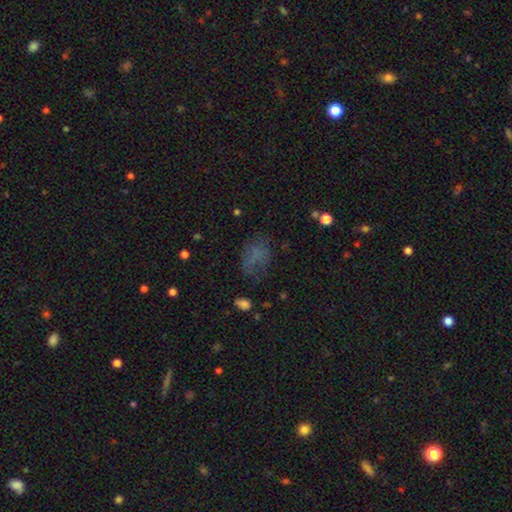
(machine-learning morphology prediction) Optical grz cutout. It shows a smooth galaxy with no disk features (57%) that is in between round and cigar-shaped (74%). Merging: none (48%).